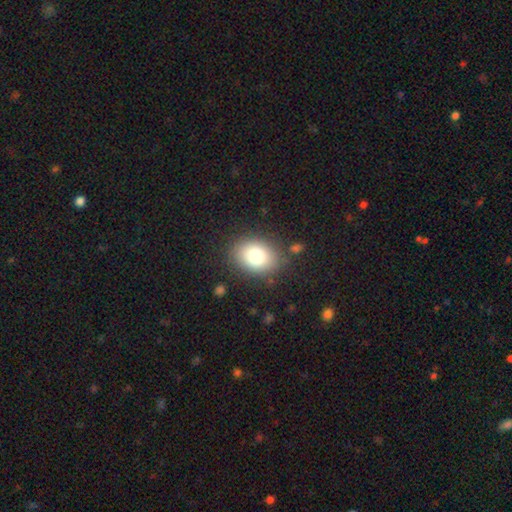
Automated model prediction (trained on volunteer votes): Overall: smooth (81%). How rounded: in between (73%). Merging: none (83%).